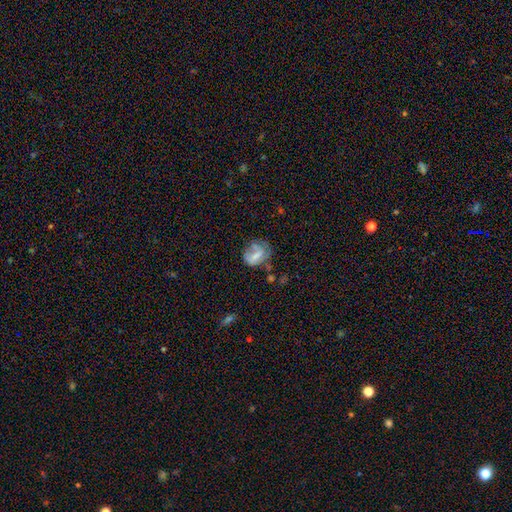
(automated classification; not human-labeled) A smooth galaxy with no disk features (51%) that is in between round and cigar-shaped (59%). Merging: none (42%).